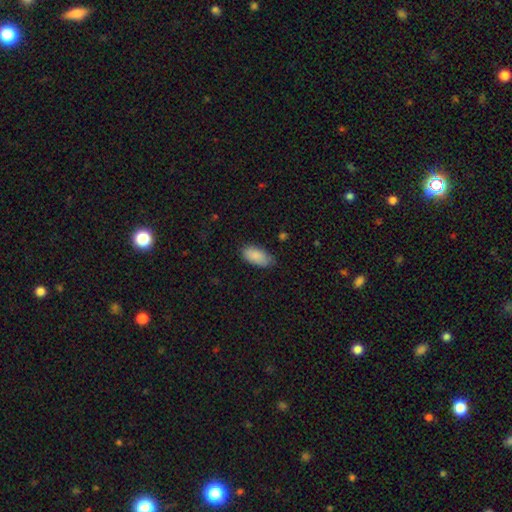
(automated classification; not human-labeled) smooth_or_featured: smooth (p=0.88) [alt: star or artifact p=0.06]
how_rounded: in between (p=0.93) [alt: cigar-shaped p=0.05]
merging: none (p=0.76) [alt: minor disturbance p=0.19]